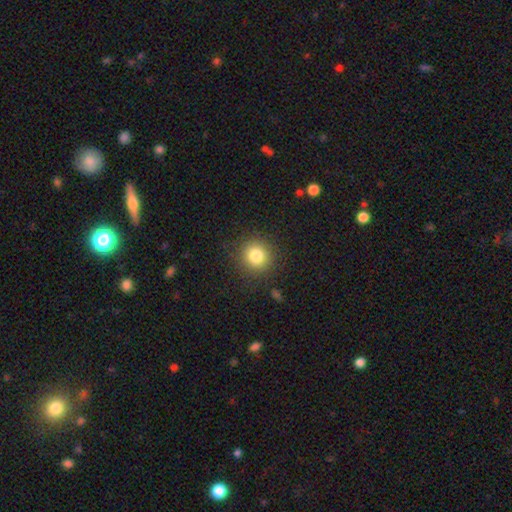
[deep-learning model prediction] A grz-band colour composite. It shows a smooth galaxy with no disk features (81%) that is round (92%). Merging: none (89%).